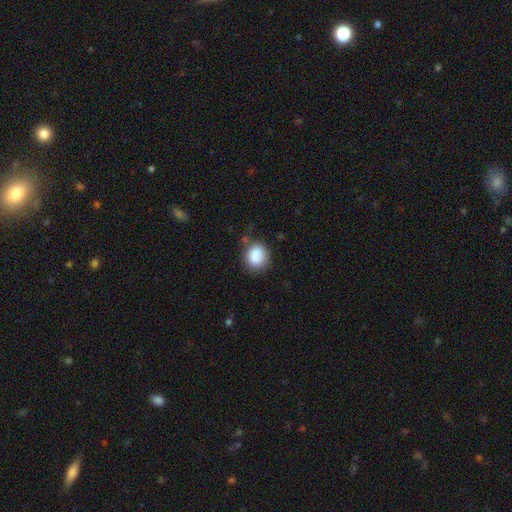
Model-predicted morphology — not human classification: A smooth galaxy with no disk features (86%) that is round (67%). Merging: none (72%).